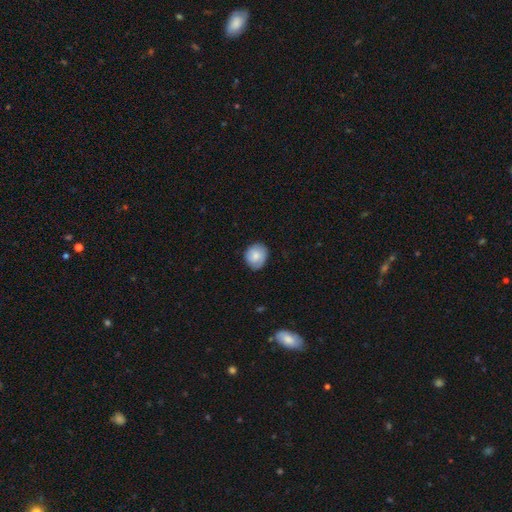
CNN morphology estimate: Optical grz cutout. It shows a smooth galaxy with no disk features (80%) that is round (75%). Merging: none (77%).